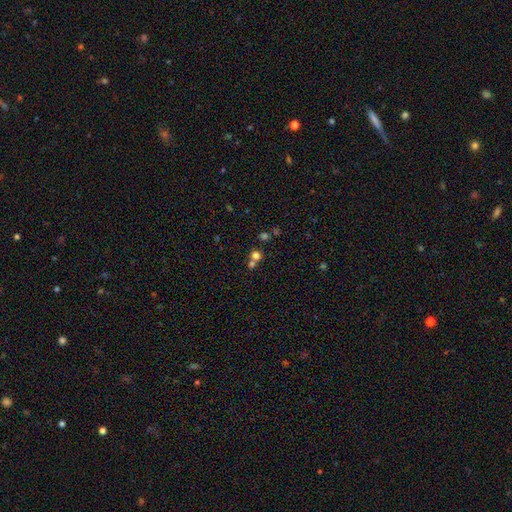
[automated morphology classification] Q: Smooth or featured?
A: smooth (69%); runner-up: star or artifact (21%)
Q: How rounded?
A: round (85%); runner-up: in between (14%)
Q: Merging?
A: none (52%); runner-up: merger (39%)